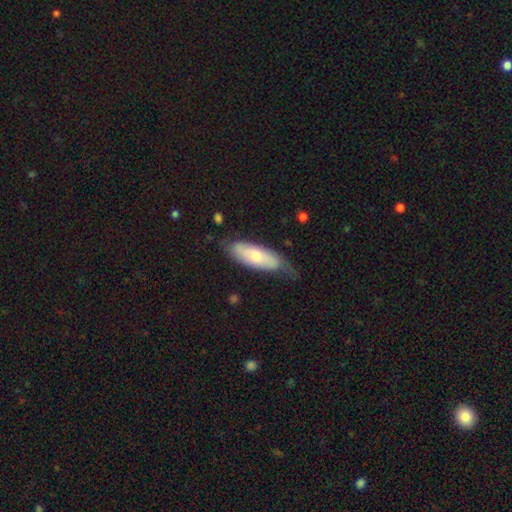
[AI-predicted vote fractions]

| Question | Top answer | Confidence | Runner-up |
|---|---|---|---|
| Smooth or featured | smooth | 59% | featured or disk (35%) |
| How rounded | in between | 70% | cigar-shaped (28%) |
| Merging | none | 56% | minor disturbance (32%) |